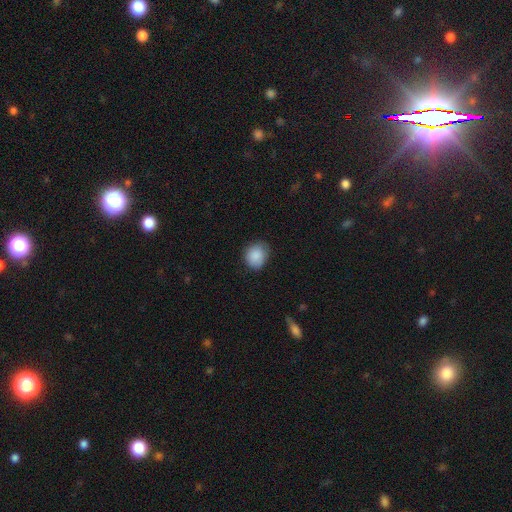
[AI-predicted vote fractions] Smooth or featured? smooth (88%)
How rounded? round (66%)
Merging? none (72%)